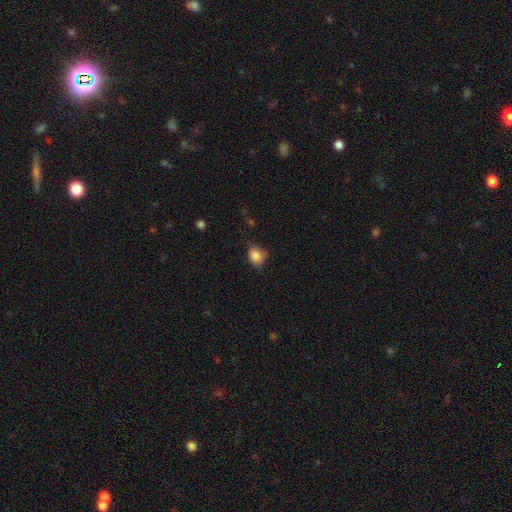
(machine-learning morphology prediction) Smooth or featured?
  - smooth: 83% *
  - star or artifact: 10%
  - featured or disk: 7%
How rounded?
  - round: 53% *
  - in between: 46%
  - cigar-shaped: 1%
Merging?
  - none: 62% *
  - minor disturbance: 30%
  - major disturbance: 6%
  - merger: 2%